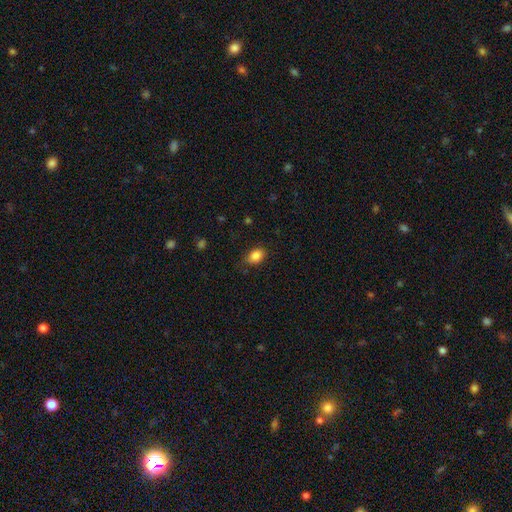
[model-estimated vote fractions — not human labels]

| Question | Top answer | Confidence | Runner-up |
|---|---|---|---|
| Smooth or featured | smooth | 86% | star or artifact (9%) |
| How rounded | in between | 81% | round (18%) |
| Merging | none | 78% | minor disturbance (17%) |